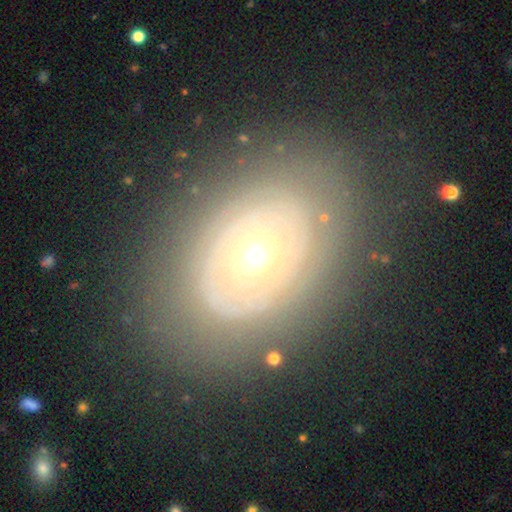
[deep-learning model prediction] Overall: featured or disk (61%; smooth 31%). Edge-on disk: no (93%). Bar: no (90%). Spiral arms: no (73%). Bulge size: moderate (59%; small 33%). Merging: none (77%).